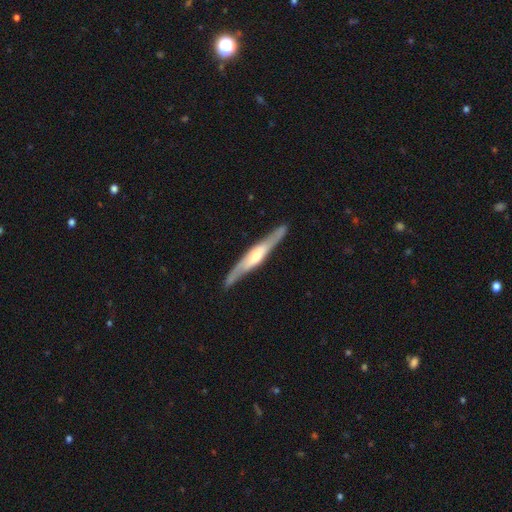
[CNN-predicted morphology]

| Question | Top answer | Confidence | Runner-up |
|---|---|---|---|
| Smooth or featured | featured or disk | 74% | smooth (21%) |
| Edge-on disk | yes | 90% | no (10%) |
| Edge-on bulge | rounded | 71% | boxy (19%) |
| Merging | none | 86% | minor disturbance (10%) |